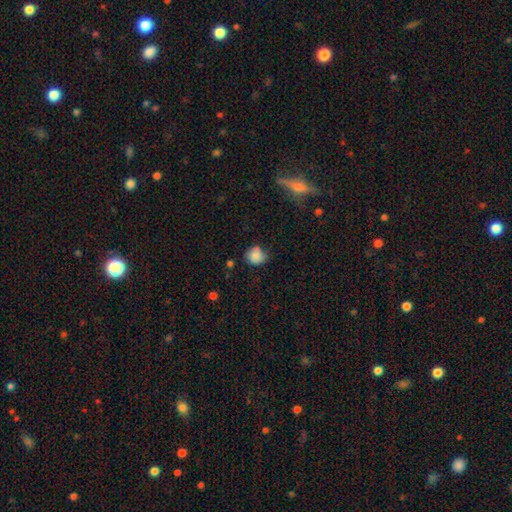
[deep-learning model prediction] Smooth or featured?
  - smooth: 80% *
  - featured or disk: 11%
  - star or artifact: 9%
How rounded?
  - round: 77% *
  - in between: 22%
  - cigar-shaped: 1%
Merging?
  - none: 59% *
  - minor disturbance: 29%
  - major disturbance: 7%
  - merger: 4%